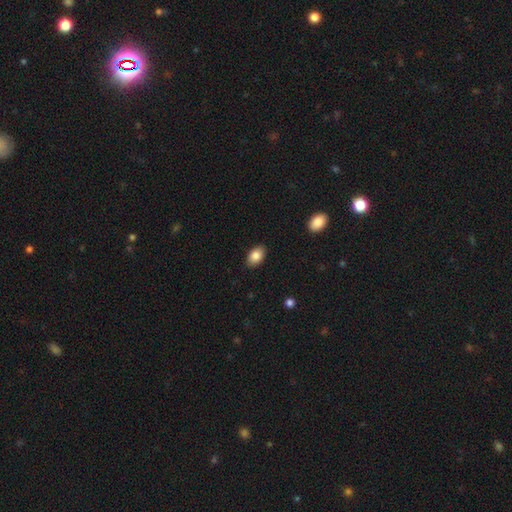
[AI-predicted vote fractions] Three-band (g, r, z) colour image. It shows a smooth galaxy with no disk features (86%) that is in between round and cigar-shaped (90%). Merging: none (88%).